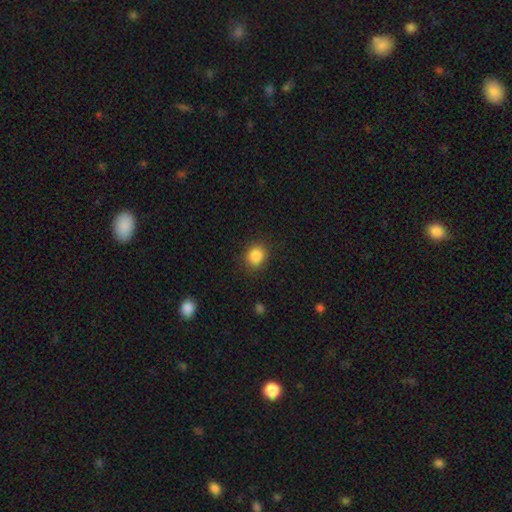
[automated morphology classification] A smooth galaxy with no disk features (86%) that is round (71%). Merging: none (87%).